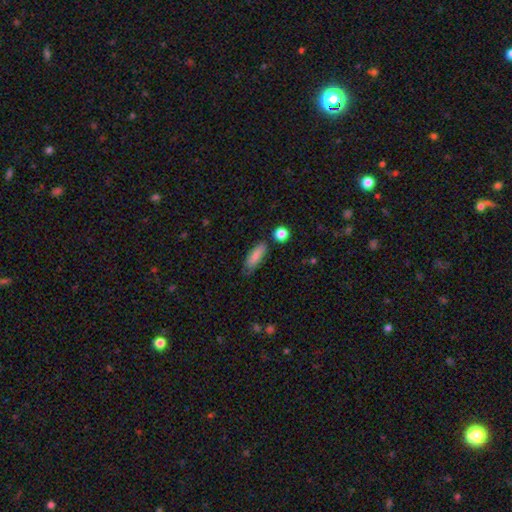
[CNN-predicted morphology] Smooth or featured: smooth — 85% (featured or disk — 8%)
How rounded: in between — 58% (cigar-shaped — 40%)
Merging: none — 74% (minor disturbance — 19%)